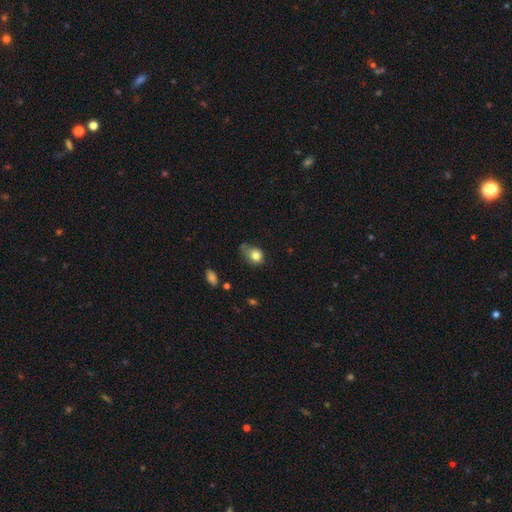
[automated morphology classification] type=smooth (79%); roundness=in between (54%); merging=minor disturbance (41%).